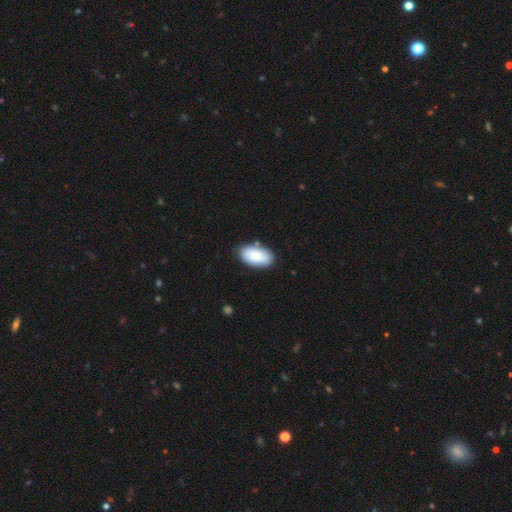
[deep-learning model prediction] Smooth or featured?
  - smooth: 84% *
  - featured or disk: 10%
  - star or artifact: 6%
How rounded?
  - in between: 95% *
  - round: 3%
  - cigar-shaped: 2%
Merging?
  - none: 83% *
  - minor disturbance: 12%
  - merger: 3%
  - major disturbance: 2%